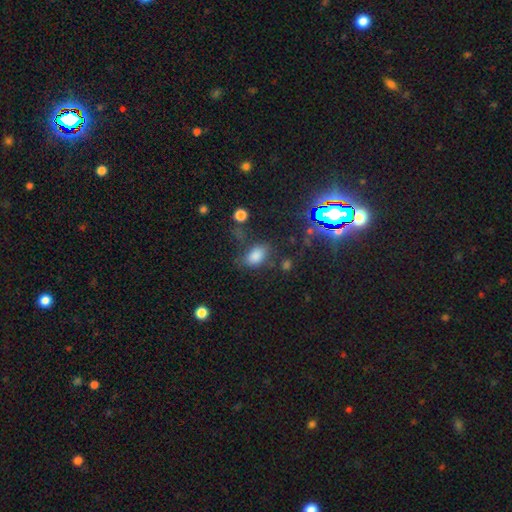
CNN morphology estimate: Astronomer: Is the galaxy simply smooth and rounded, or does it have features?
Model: smooth — 77%.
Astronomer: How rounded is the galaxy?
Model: in between — 85%.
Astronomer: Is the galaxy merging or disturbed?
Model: none — 60%.